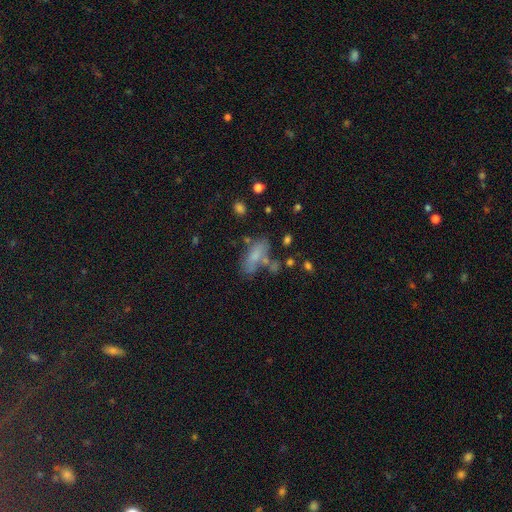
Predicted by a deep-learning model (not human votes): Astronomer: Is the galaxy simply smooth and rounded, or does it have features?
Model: smooth — 71%.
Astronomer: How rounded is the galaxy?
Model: in between — 72%.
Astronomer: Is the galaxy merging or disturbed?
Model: none — 52%.